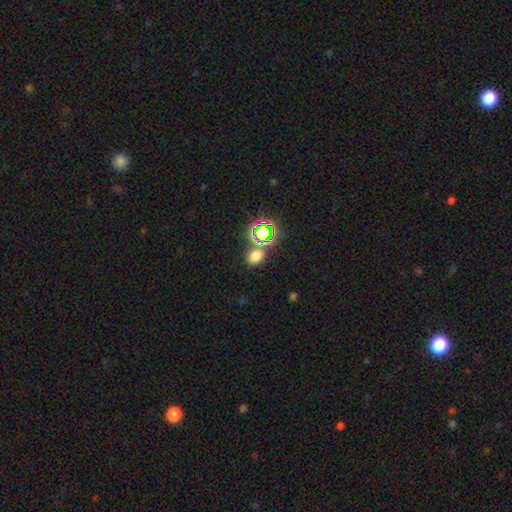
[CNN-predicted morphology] smooth 66%, star or artifact 27%, featured or disk 6%. Down the decision tree: how rounded — in between (50%); merging — none (74%).